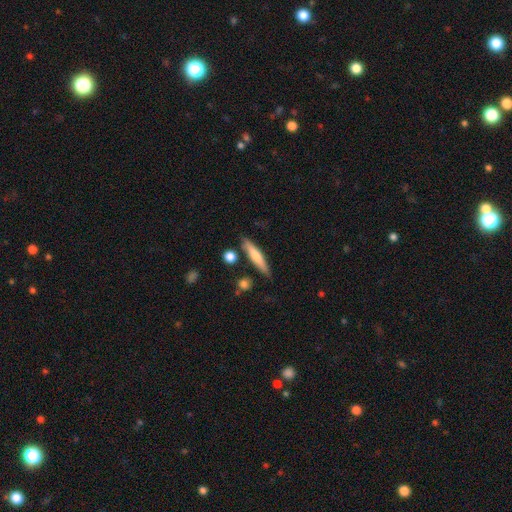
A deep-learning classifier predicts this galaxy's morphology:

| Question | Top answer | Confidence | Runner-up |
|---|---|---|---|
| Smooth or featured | smooth | 63% | featured or disk (31%) |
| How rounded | cigar-shaped | 87% | in between (11%) |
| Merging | none | 80% | minor disturbance (12%) |